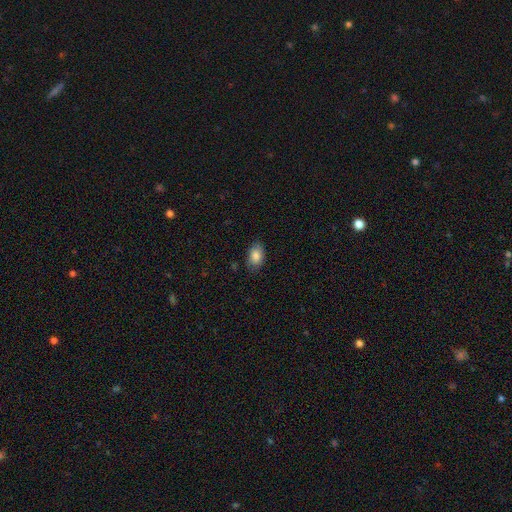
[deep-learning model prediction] Q: Smooth or featured?
A: smooth (84%); runner-up: featured or disk (9%)
Q: How rounded?
A: in between (89%); runner-up: round (9%)
Q: Merging?
A: none (81%); runner-up: minor disturbance (15%)